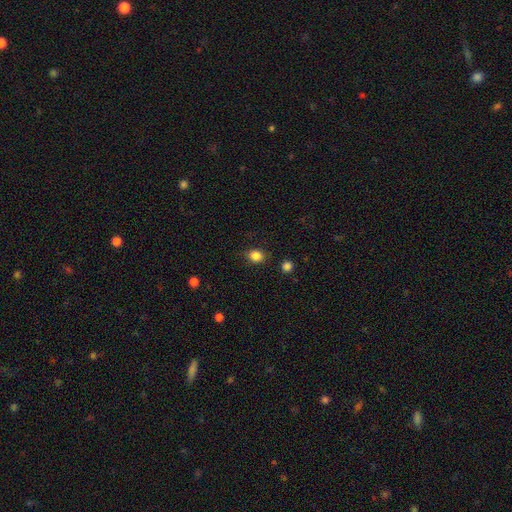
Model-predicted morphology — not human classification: Smooth or featured? Predicted: smooth (p=0.85). How rounded? Predicted: round (p=0.57). Merging? Predicted: none (p=0.85).